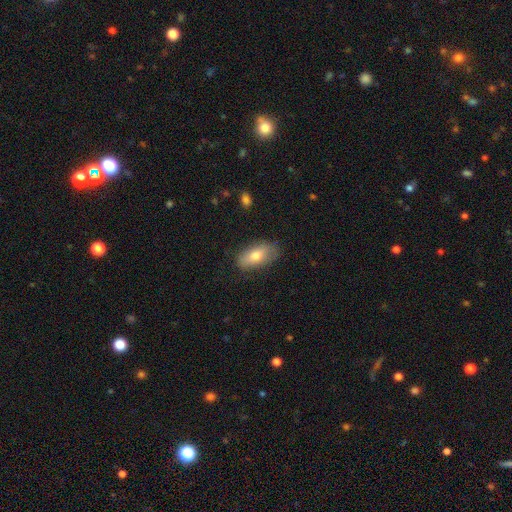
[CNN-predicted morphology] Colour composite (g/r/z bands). It shows a smooth galaxy with no disk features (72%) that is in between round and cigar-shaped (88%). Merging: none (80%).